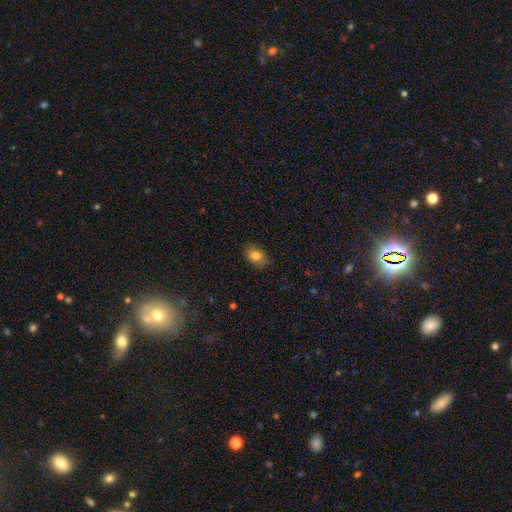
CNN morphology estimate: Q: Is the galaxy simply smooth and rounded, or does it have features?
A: smooth — 81%.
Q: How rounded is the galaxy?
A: in between — 82%.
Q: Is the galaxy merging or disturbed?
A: none — 84%.